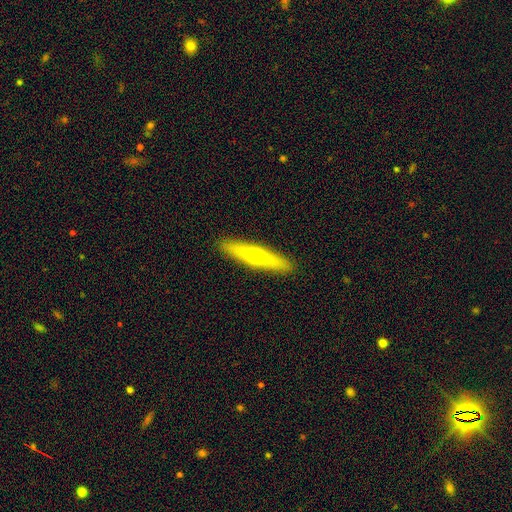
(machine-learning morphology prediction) smooth-or-featured: smooth: 48% | featured or disk: 47% | star or artifact: 6%
  merging: none: 91% | minor disturbance: 6% | major disturbance: 2% | merger: 1%